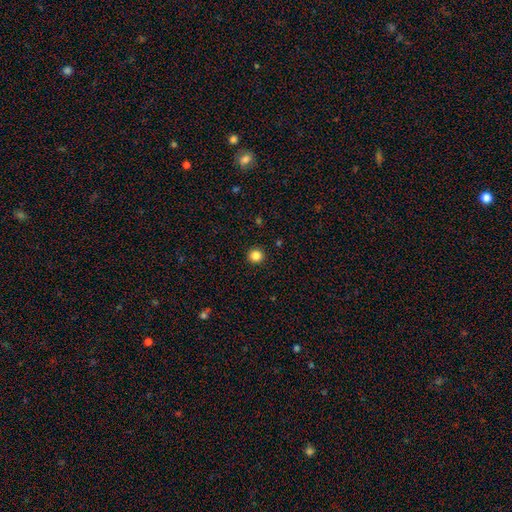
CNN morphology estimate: A smooth galaxy with no disk features (85%) that is round (95%). Merging: none (93%).